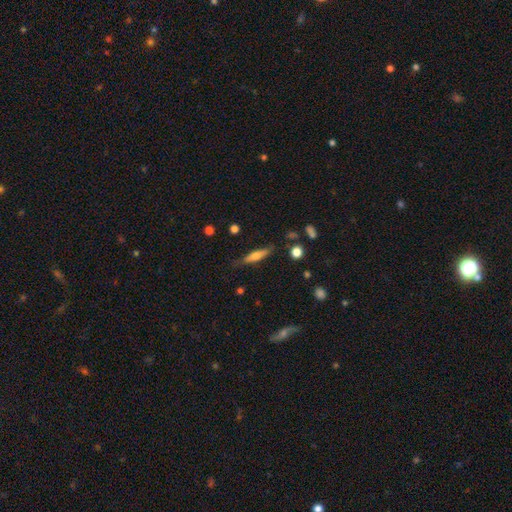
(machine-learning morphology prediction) smooth_or_featured: smooth (p=0.54) [alt: featured or disk p=0.39]
how_rounded: cigar-shaped (p=0.79) [alt: in between p=0.19]
merging: none (p=0.77) [alt: minor disturbance p=0.17]